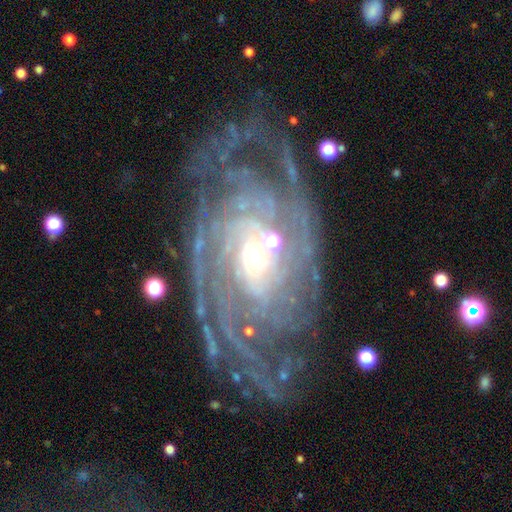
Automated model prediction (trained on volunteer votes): Overall: featured or disk (89%). Edge-on disk: no (97%). Bar: no (69%). Spiral arms: yes (96%). Spiral arm count: can't tell (25%; more than 4 17%). Spiral winding: tight (66%; medium 26%). Bulge size: small (61%; moderate 33%). Merging: none (59%).